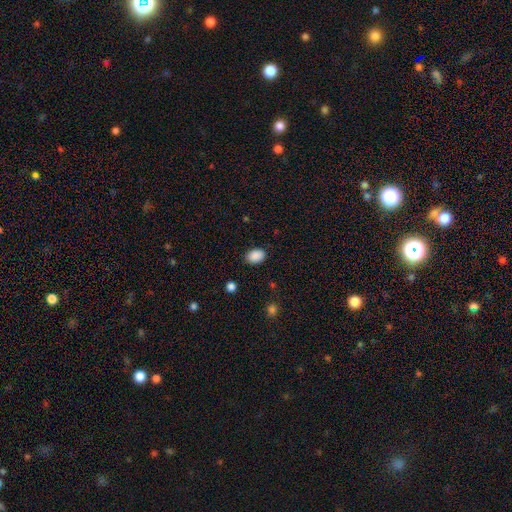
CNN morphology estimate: A smooth galaxy with no disk features (89%) that is in between round and cigar-shaped (79%). Merging: none (87%).